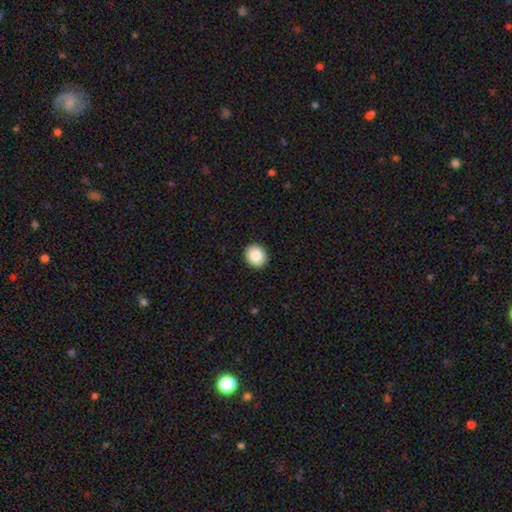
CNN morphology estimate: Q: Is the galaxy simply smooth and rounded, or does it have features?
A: smooth — 85%.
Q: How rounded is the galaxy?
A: round — 75%.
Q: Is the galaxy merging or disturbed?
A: none — 92%.